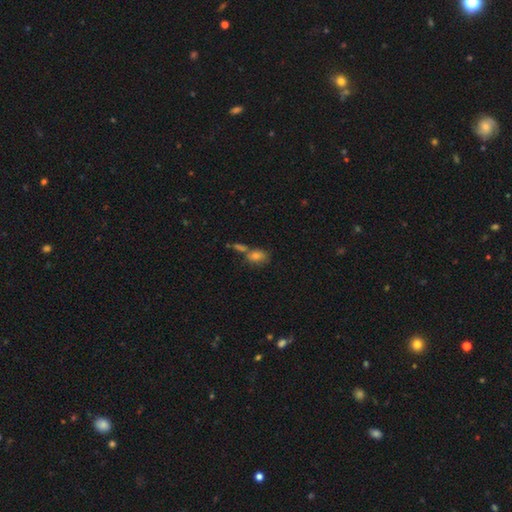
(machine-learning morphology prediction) smooth 69%, star or artifact 17%, featured or disk 14%. Down the decision tree: how rounded — in between (71%); merging — none (50%).